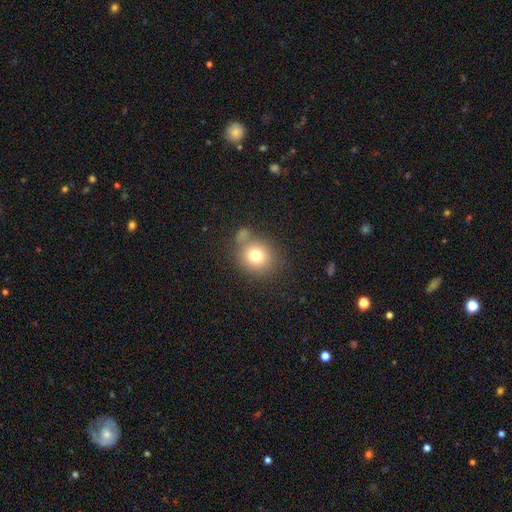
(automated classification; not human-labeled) A smooth galaxy with no disk features (77%) that is round (81%). Merging: none (63%).